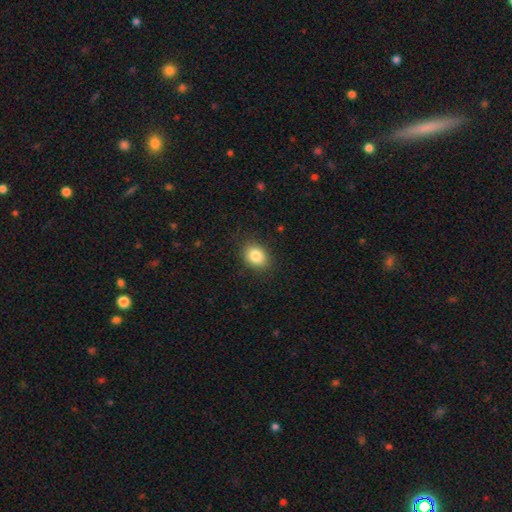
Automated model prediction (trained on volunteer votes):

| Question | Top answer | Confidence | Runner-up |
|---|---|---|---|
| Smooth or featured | smooth | 85% | star or artifact (9%) |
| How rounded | in between | 59% | round (41%) |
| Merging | none | 87% | minor disturbance (10%) |